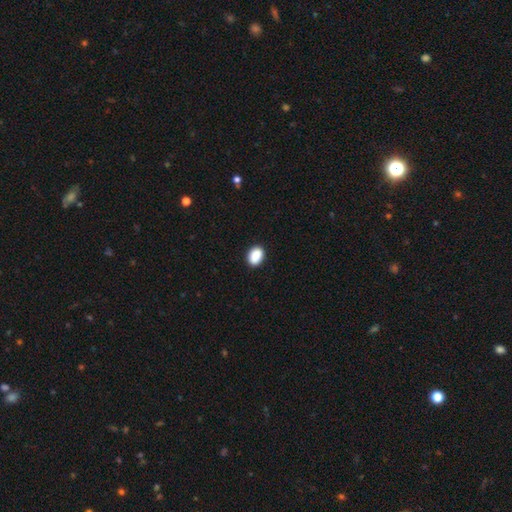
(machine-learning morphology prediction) smooth 90%, star or artifact 8%, featured or disk 3%. Down the decision tree: how rounded — in between (75%); merging — none (88%).